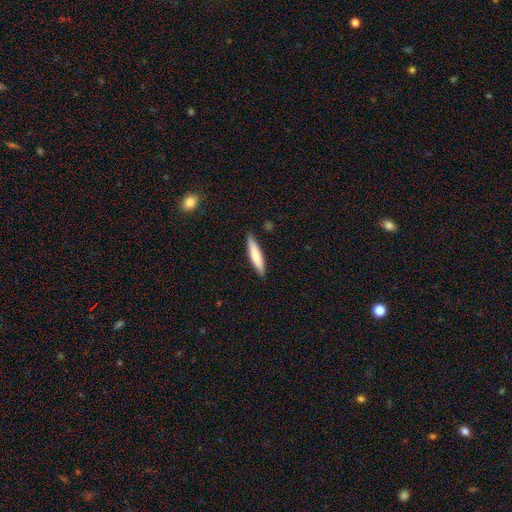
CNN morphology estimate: Overall: smooth (74%). How rounded: cigar-shaped (84%). Merging: none (88%).